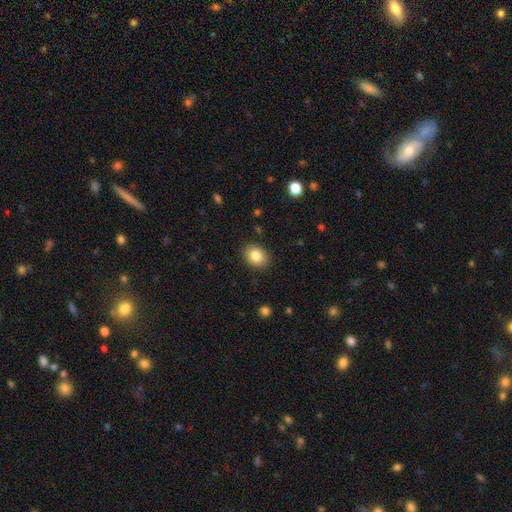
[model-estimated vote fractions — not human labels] smooth 83%, star or artifact 8%, featured or disk 8%. Down the decision tree: how rounded — in between (60%); merging — none (88%).